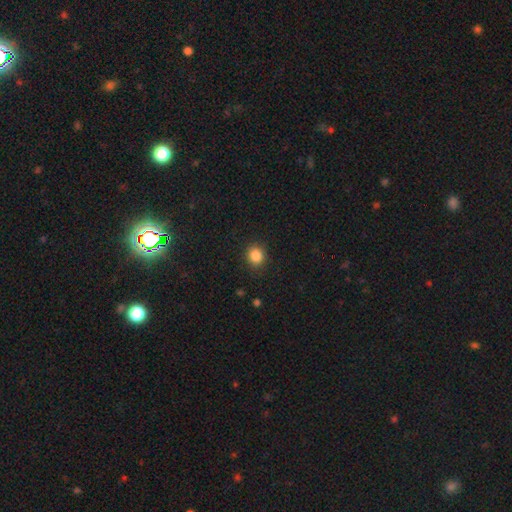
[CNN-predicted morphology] smooth 85%, star or artifact 11%, featured or disk 4%. Down the decision tree: how rounded — round (79%); merging — none (88%).